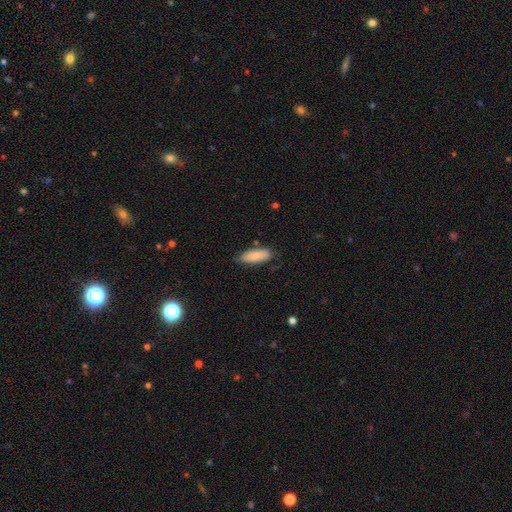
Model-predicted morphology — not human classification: Smooth or featured: smooth — 82% (featured or disk — 12%)
How rounded: in between — 78% (cigar-shaped — 20%)
Merging: none — 74% (minor disturbance — 21%)